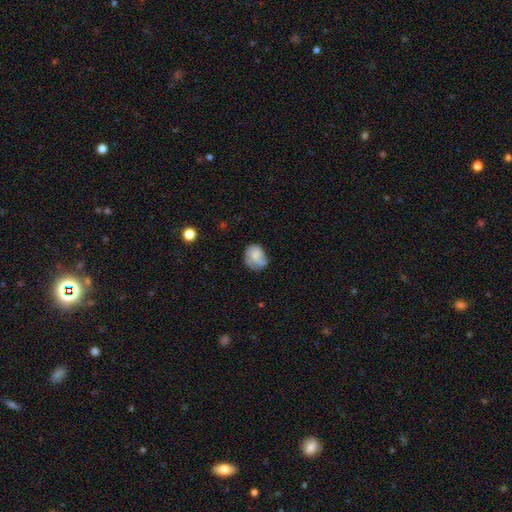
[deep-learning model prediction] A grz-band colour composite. It shows a smooth galaxy with no disk features (53%) that is round (53%). Merging: none (48%).